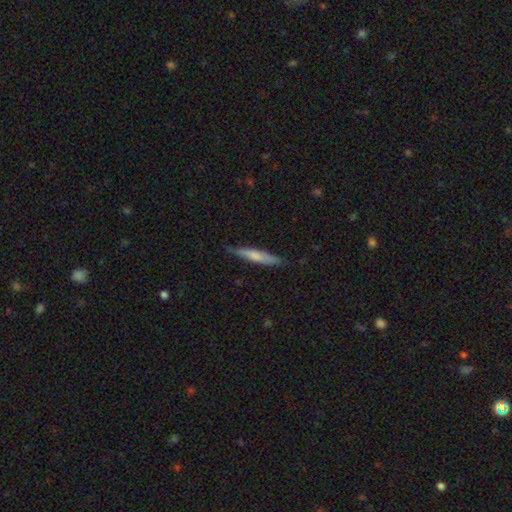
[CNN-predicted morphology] Smooth or featured?
  - smooth: 64% *
  - featured or disk: 31%
  - star or artifact: 5%
How rounded?
  - cigar-shaped: 91% *
  - in between: 8%
  - round: 1%
Merging?
  - none: 81% *
  - minor disturbance: 15%
  - major disturbance: 2%
  - merger: 1%